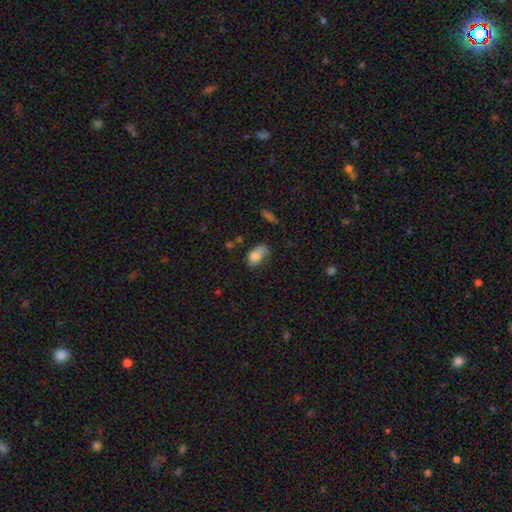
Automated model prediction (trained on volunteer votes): This appears to be a smooth galaxy with no disk features (78%) that is in between round and cigar-shaped (87%). Merging: none (38%).